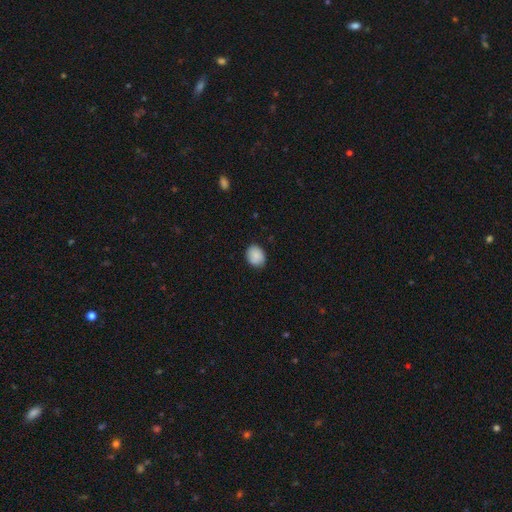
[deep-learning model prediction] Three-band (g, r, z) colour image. It shows a smooth galaxy with no disk features (88%) that is in between round and cigar-shaped (53%). Merging: none (83%).